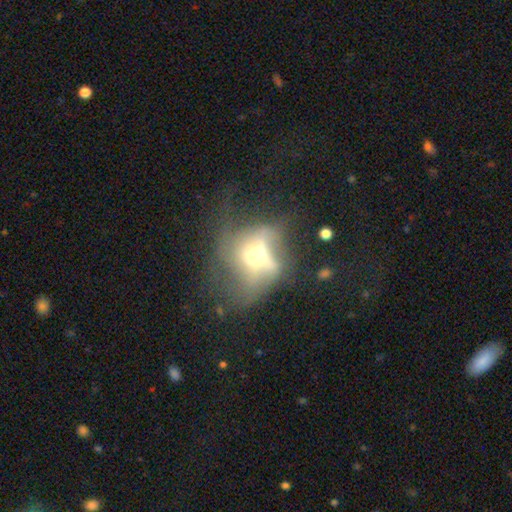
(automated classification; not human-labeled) smooth-or-featured: featured or disk: 49% | smooth: 35% | star or artifact: 16%
  merging: major disturbance: 36% | merger: 25% | none: 25% | minor disturbance: 15%